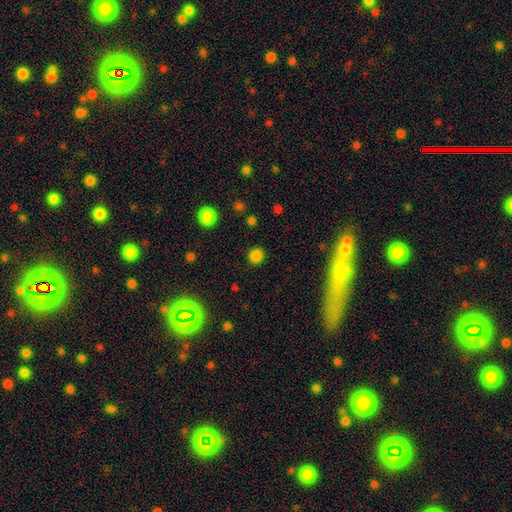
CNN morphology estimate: A smooth galaxy with no disk features (83%) that is round (88%).

Vote fractions:
- Smooth or featured? smooth: 83% / star or artifact: 14% / featured or disk: 4%
- How rounded? round: 88% / in between: 11% / cigar-shaped: 1%
- Merging? none: 90% / minor disturbance: 6% / major disturbance: 2% / merger: 1%